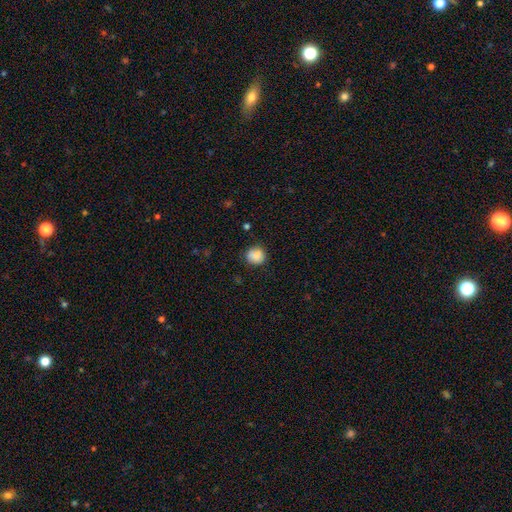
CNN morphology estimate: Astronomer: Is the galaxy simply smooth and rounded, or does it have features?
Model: smooth — 86%.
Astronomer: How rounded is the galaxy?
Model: round — 81%.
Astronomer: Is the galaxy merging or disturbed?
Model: none — 80%.